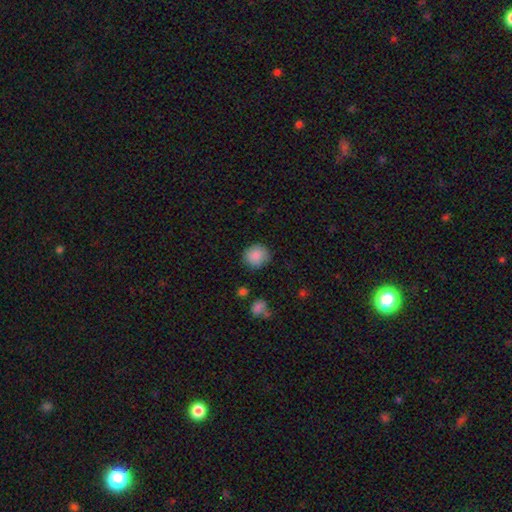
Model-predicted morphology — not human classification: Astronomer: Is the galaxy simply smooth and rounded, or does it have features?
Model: smooth — 87%.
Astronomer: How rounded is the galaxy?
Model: round — 88%.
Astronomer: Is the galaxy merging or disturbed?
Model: none — 82%.